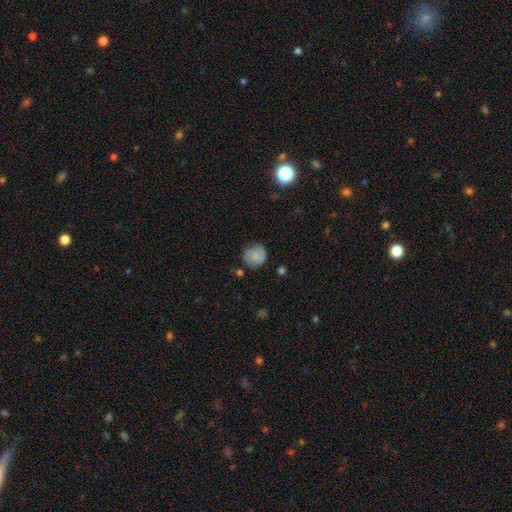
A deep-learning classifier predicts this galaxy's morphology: A smooth galaxy with no disk features (61%) that is round (86%).

Vote fractions:
- Smooth or featured? smooth: 61% / featured or disk: 30% / star or artifact: 9%
- How rounded? round: 86% / in between: 13% / cigar-shaped: 1%
- Merging? none: 68% / minor disturbance: 23% / major disturbance: 7% / merger: 3%